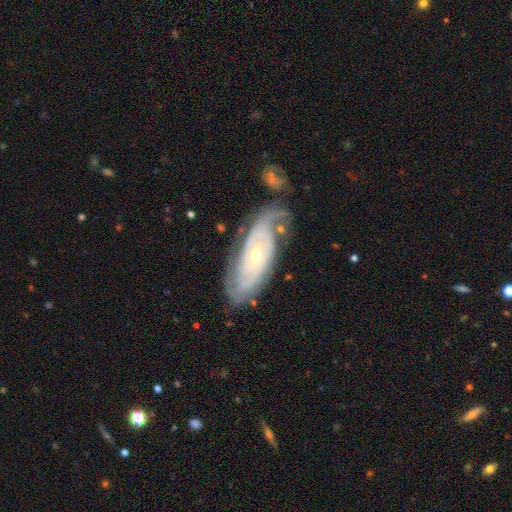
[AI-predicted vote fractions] Overall: featured or disk (87%). Edge-on disk: no (93%). Bar: no (64%; weak 26%). Spiral arms: yes (96%). Spiral arm count: 2 (34%; can't tell 32%). Spiral winding: tight (76%). Bulge size: small (66%; moderate 31%). Merging: none (65%).